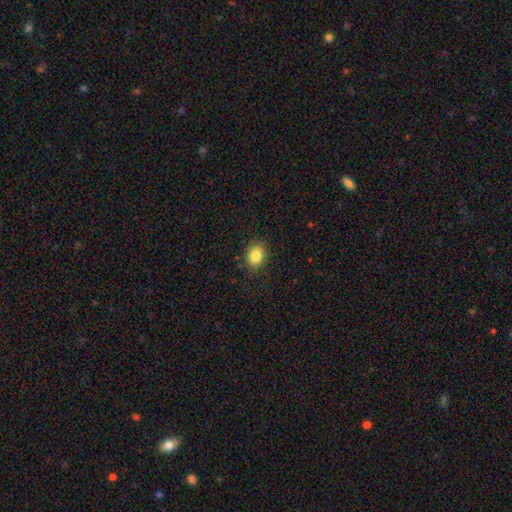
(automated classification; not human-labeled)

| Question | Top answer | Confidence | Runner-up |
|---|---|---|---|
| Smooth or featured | smooth | 83% | star or artifact (9%) |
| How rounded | in between | 60% | round (38%) |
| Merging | none | 85% | minor disturbance (11%) |